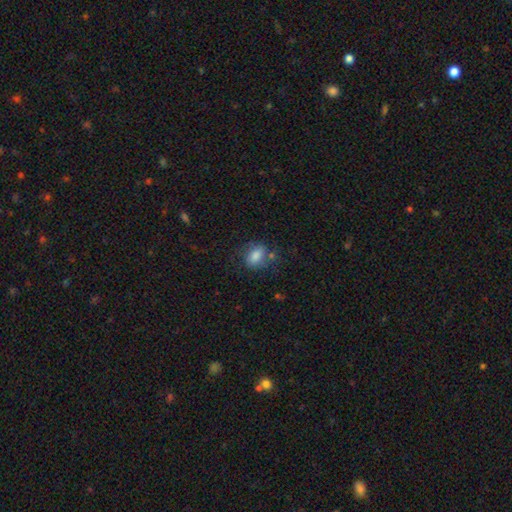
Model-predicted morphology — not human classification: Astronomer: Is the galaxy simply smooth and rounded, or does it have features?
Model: smooth — 78%.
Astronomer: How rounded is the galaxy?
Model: in between — 77%.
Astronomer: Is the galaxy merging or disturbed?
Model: none — 59%.